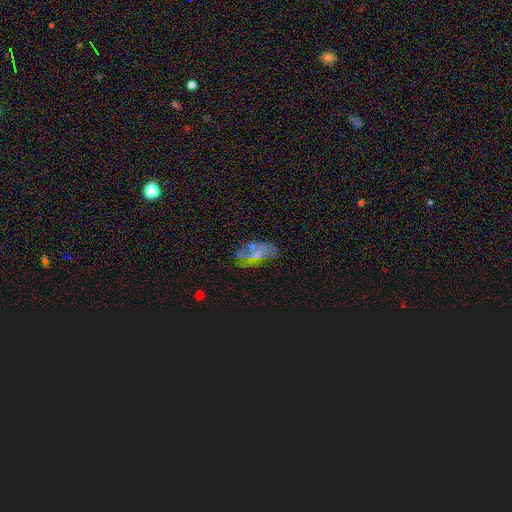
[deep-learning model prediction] A star or artifact, not a galaxy (36%).

Vote fractions:
- Smooth or featured? star or artifact: 36% / featured or disk: 32% / smooth: 32%